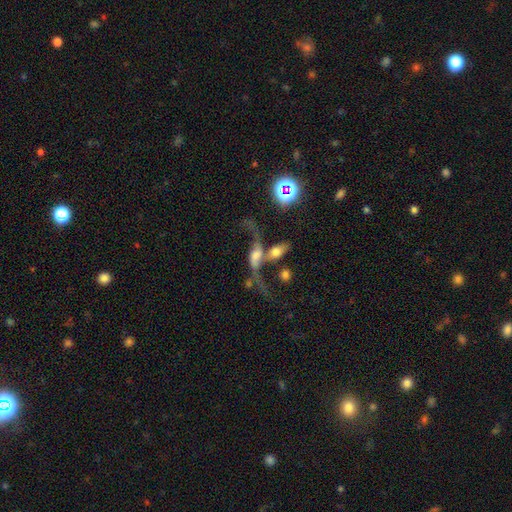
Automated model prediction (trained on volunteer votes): Q: Smooth or featured?
A: featured or disk (68%); runner-up: smooth (20%)
Q: Edge-on disk?
A: no (87%); runner-up: yes (13%)
Q: Bar?
A: no (52%); runner-up: weak (32%)
Q: Spiral arms?
A: yes (84%); runner-up: no (16%)
Q: Bulge size?
A: moderate (33%); runner-up: large (22%)
Q: Merging?
A: merger (51%); runner-up: none (22%)